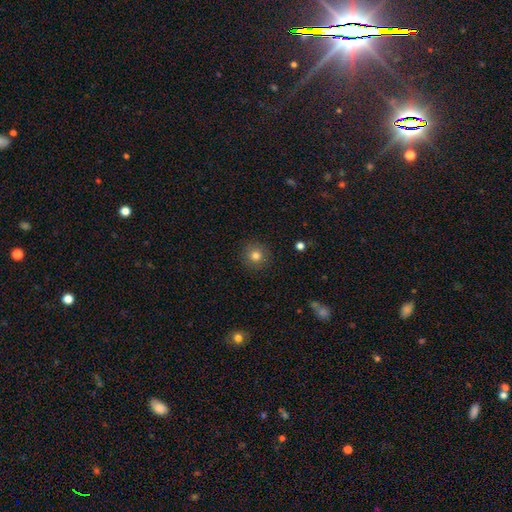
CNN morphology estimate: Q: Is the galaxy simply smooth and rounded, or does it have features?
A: smooth — 81%.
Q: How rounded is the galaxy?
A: round — 93%.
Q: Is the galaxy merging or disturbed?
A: none — 91%.